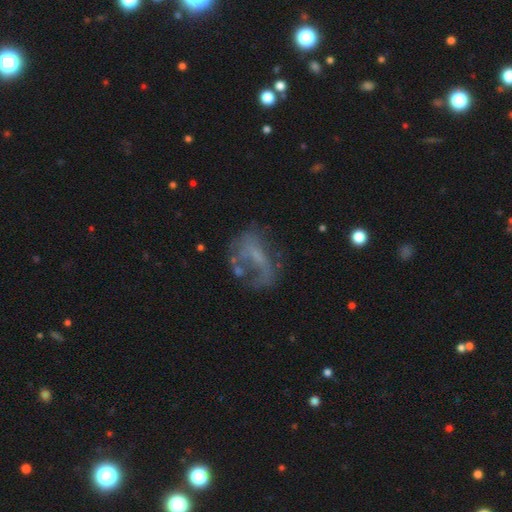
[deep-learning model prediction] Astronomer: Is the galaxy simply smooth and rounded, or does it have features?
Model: featured or disk — 60%.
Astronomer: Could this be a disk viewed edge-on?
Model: no — 97%.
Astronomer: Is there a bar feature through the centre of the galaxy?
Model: no — 64%.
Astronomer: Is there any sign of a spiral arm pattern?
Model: no — 60% (runner-up: yes, 40%).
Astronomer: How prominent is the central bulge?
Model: none — 51% (runner-up: small, 34%).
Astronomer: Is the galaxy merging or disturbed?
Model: none — 38% (runner-up: major disturbance, 36%).